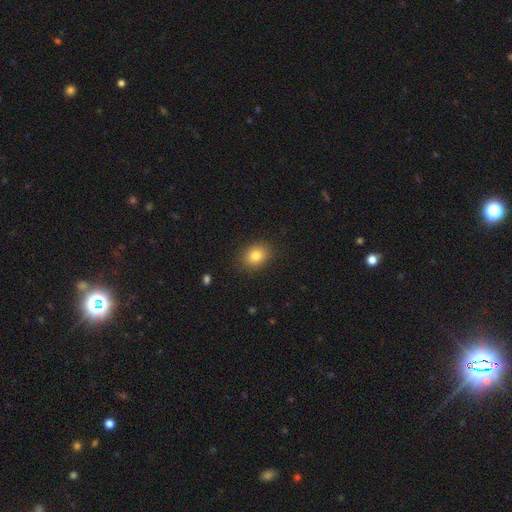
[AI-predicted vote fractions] Overall: smooth (82%). How rounded: in between (51%; round 48%). Merging: none (87%).